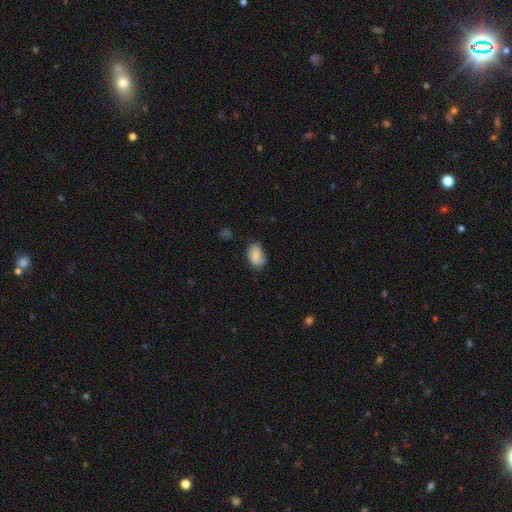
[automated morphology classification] Smooth or featured: smooth — 83% (featured or disk — 10%)
How rounded: in between — 86% (round — 13%)
Merging: none — 61% (minor disturbance — 30%)